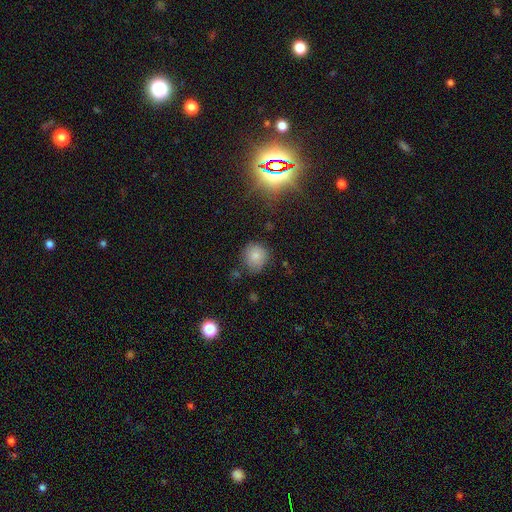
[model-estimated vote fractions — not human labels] smooth-or-featured: smooth: 78% | star or artifact: 13% | featured or disk: 9%
  how-rounded: round: 85% | in between: 14% | cigar-shaped: 1%
  merging: none: 75% | minor disturbance: 18% | major disturbance: 4% | merger: 3%